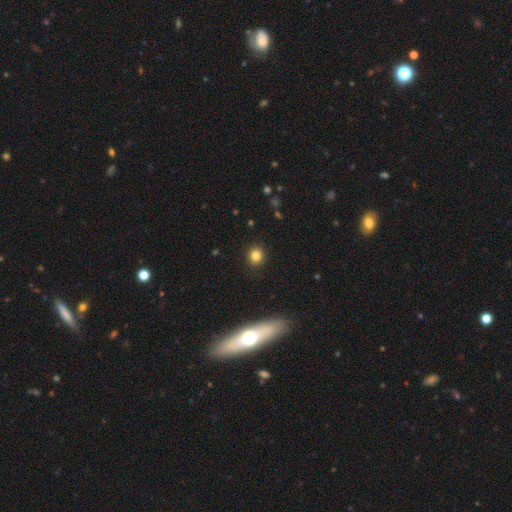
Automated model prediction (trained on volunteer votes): Overall: smooth (83%). How rounded: round (85%). Merging: none (91%).